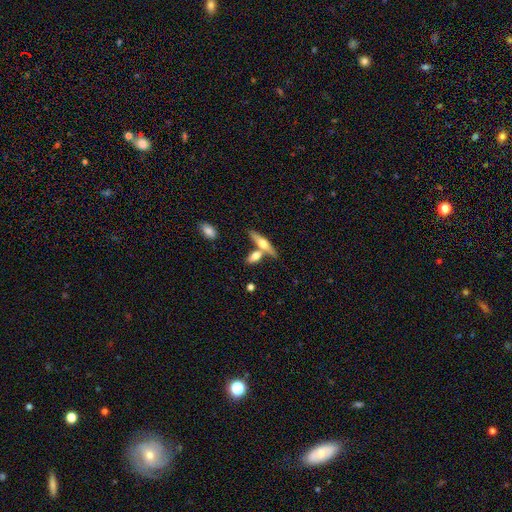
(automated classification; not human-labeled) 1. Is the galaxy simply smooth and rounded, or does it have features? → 53% smooth, 40% featured or disk, 7% star or artifact.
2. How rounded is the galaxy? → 47% in between (tied), 47% cigar-shaped (tied), 6% round.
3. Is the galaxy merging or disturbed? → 48% none, 38% merger, 10% minor disturbance, 4% major disturbance.